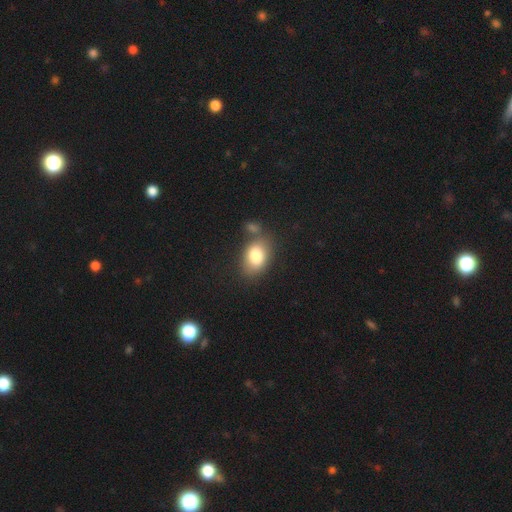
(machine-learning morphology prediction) smooth 82%, featured or disk 10%, star or artifact 8%. Down the decision tree: how rounded — in between (80%); merging — none (60%).